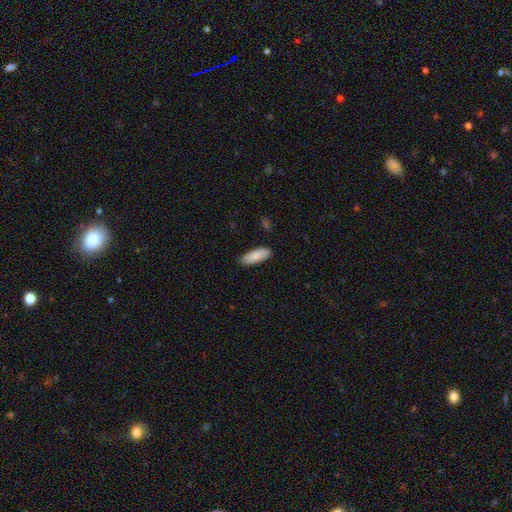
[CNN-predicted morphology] Smooth or featured?
  - smooth: 88% *
  - featured or disk: 7%
  - star or artifact: 5%
How rounded?
  - in between: 75% *
  - cigar-shaped: 23%
  - round: 2%
Merging?
  - none: 88% *
  - minor disturbance: 9%
  - major disturbance: 2%
  - merger: 1%